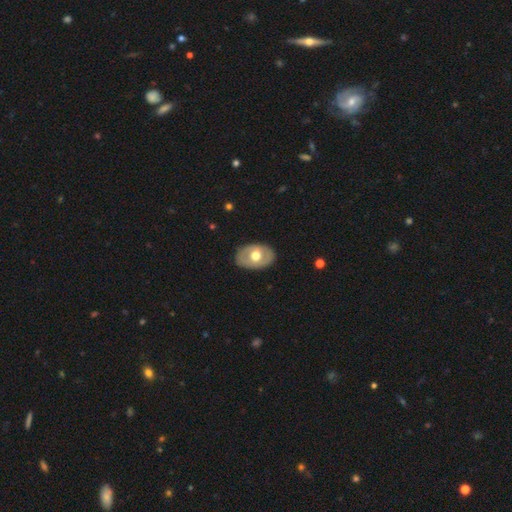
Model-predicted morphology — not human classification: type=smooth (51%); roundness=in between (82%); merging=none (85%).